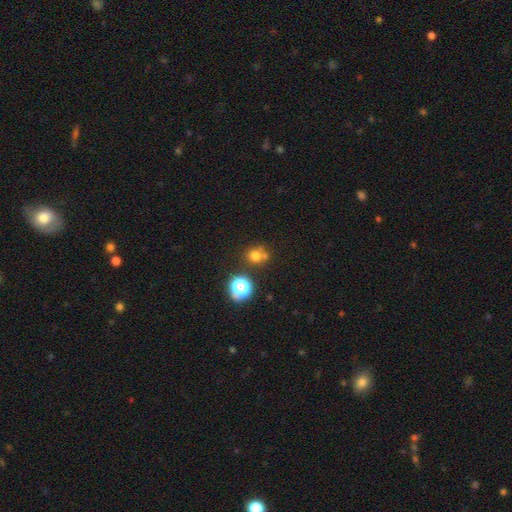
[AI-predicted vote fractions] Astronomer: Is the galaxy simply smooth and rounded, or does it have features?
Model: smooth — 70%.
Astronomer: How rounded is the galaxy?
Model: round — 82%.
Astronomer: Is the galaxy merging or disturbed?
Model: none — 60%.